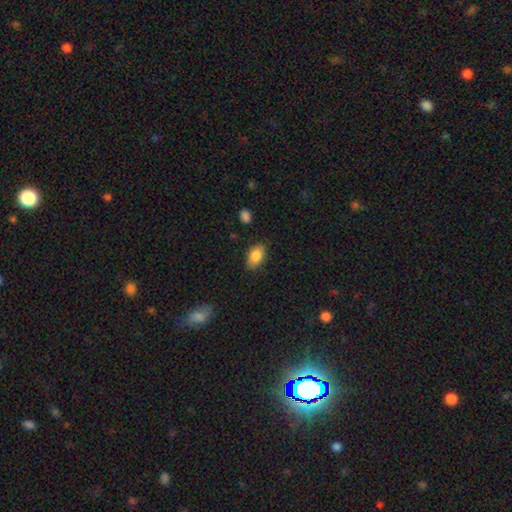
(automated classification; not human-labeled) smooth_or_featured: smooth (p=0.86) [alt: star or artifact p=0.07]
how_rounded: in between (p=0.91) [alt: round p=0.07]
merging: none (p=0.83) [alt: minor disturbance p=0.13]